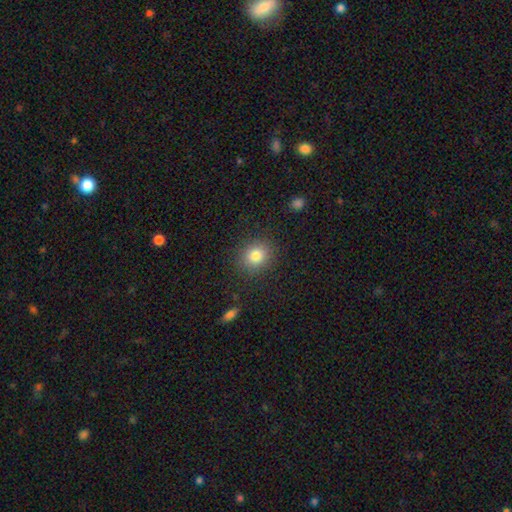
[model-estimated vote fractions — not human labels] Q: Smooth or featured?
A: smooth (83%); runner-up: star or artifact (10%)
Q: How rounded?
A: round (74%); runner-up: in between (25%)
Q: Merging?
A: none (87%); runner-up: minor disturbance (8%)